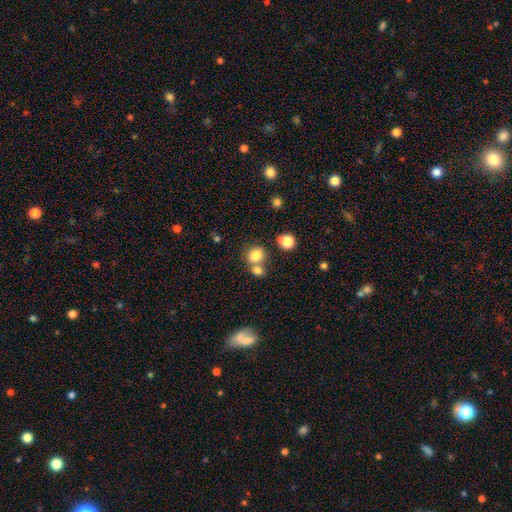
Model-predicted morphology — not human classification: Q: Smooth or featured?
A: smooth (80%); runner-up: star or artifact (12%)
Q: How rounded?
A: round (63%); runner-up: in between (36%)
Q: Merging?
A: none (48%); runner-up: merger (39%)